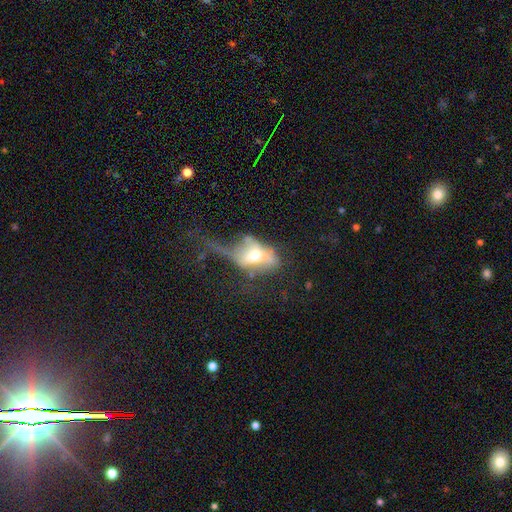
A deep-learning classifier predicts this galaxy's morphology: Smooth or featured? Predicted: featured or disk (p=0.47). Merging? Predicted: major disturbance (p=0.54).